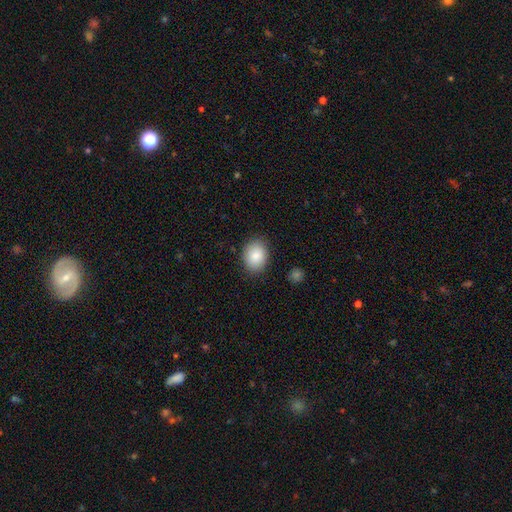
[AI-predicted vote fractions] Smooth or featured: smooth — 87% (star or artifact — 7%)
How rounded: in between — 64% (round — 36%)
Merging: none — 85% (minor disturbance — 11%)